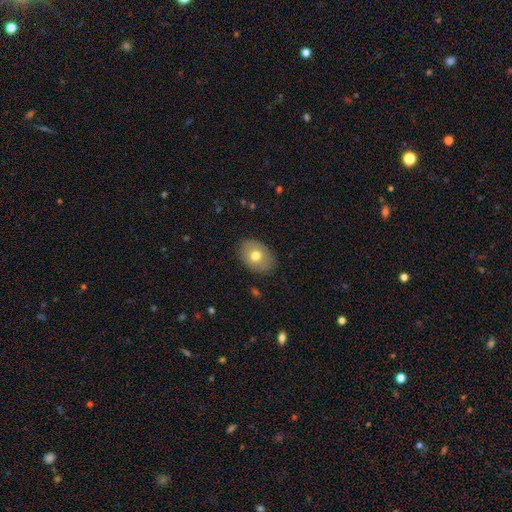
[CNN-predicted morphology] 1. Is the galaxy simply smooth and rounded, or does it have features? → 71% smooth, 21% featured or disk, 8% star or artifact.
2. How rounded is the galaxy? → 73% in between, 26% round, 1% cigar-shaped.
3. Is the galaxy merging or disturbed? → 86% none, 10% minor disturbance, 3% major disturbance, 1% merger.